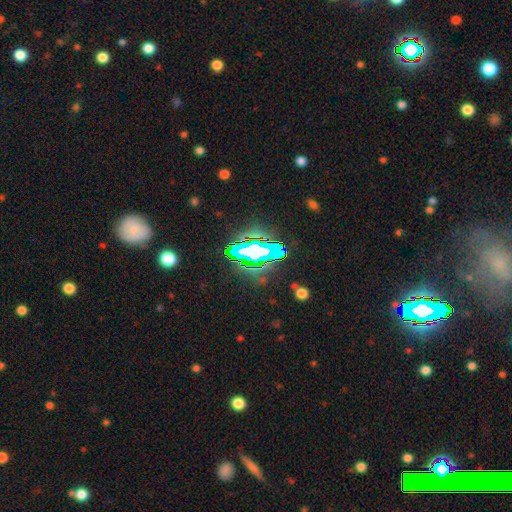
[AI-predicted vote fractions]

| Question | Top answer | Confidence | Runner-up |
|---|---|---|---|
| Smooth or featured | star or artifact | 68% | featured or disk (16%) |